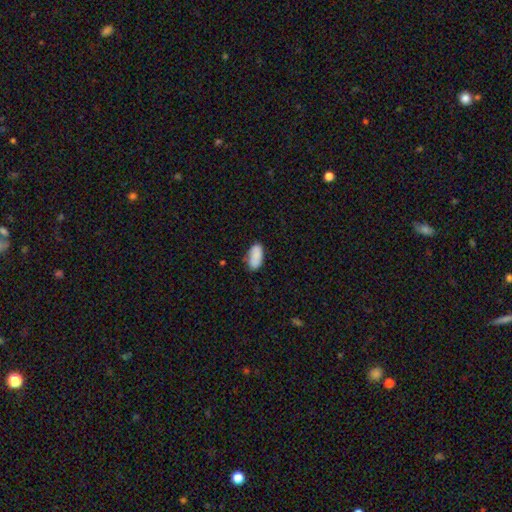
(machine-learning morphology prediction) A smooth galaxy with no disk features (87%) that is in between round and cigar-shaped (92%). Merging: none (75%).